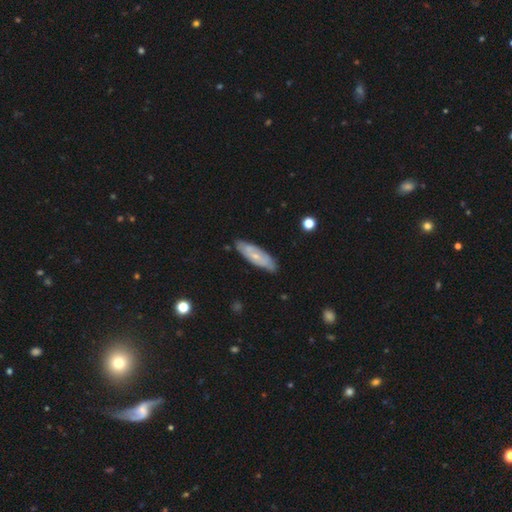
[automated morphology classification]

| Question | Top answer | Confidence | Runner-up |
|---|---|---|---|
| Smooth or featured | featured or disk | 54% | smooth (40%) |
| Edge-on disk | no | 73% | yes (27%) |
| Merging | none | 81% | minor disturbance (15%) |